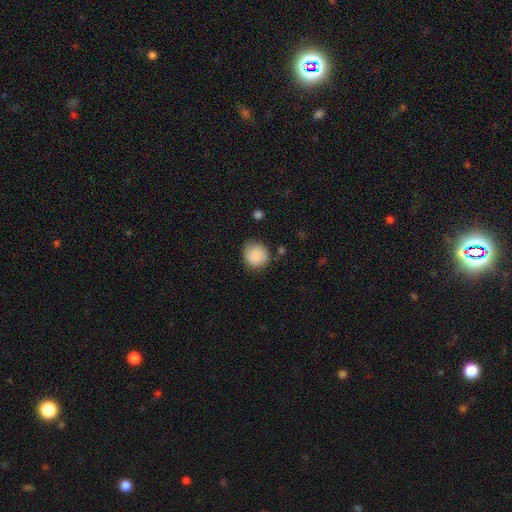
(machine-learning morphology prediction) Overall: smooth (88%). How rounded: round (85%). Merging: none (74%).